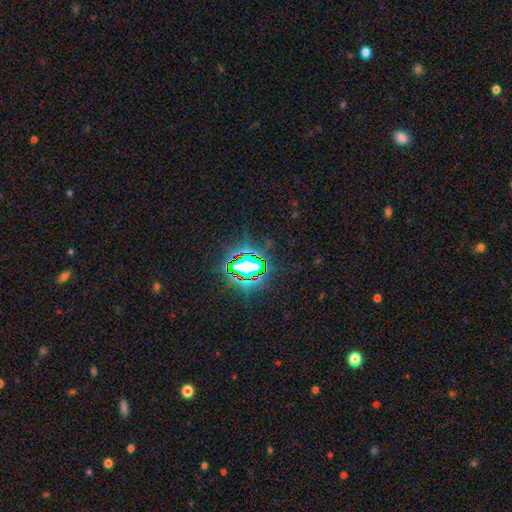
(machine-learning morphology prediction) This is clearly a star or artifact rather than a galaxy (83%).